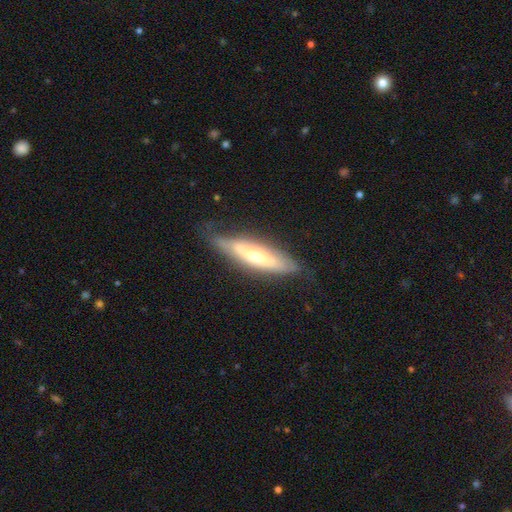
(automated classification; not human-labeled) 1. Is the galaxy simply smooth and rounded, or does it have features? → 55% featured or disk, 39% smooth, 6% star or artifact.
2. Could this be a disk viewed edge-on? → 68% yes, 32% no.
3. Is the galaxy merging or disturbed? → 66% none, 25% minor disturbance, 7% major disturbance, 2% merger.